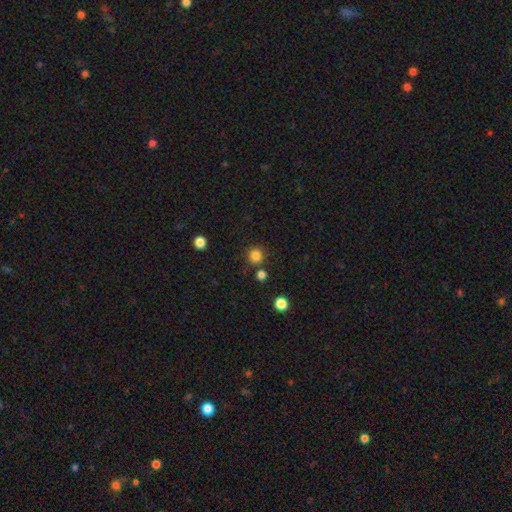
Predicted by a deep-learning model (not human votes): smooth_or_featured: smooth (p=0.83) [alt: star or artifact p=0.13]
how_rounded: round (p=0.93) [alt: in between p=0.06]
merging: none (p=0.81) [alt: merger p=0.08]